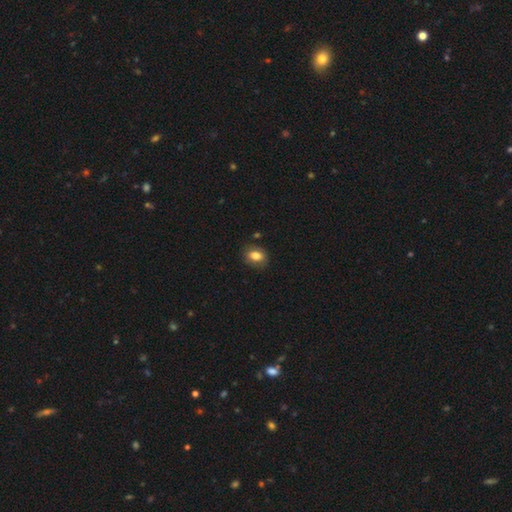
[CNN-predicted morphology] This is clearly a smooth galaxy (80%). How rounded: likely in between (64%). Merging: clearly none (83%).